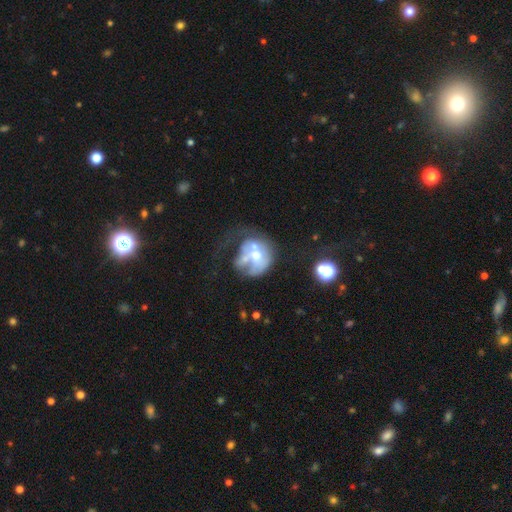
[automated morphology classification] A featured or disk galaxy (53%) with no bar (83%), no spiral arms (81%) and a moderate central bulge (60%).

Vote fractions:
- Smooth or featured? featured or disk: 53% / smooth: 36% / star or artifact: 10%
- Edge-on disk? no: 97% / yes: 3%
- Bar? no: 83% / weak: 13% / strong: 4%
- Spiral arms? no: 81% / yes: 19%
- Bulge size? moderate: 60% / small: 25% / large: 7% / none: 5% / dominant: 2%
- Merging? merger: 33% / major disturbance: 32% / none: 21% / minor disturbance: 13%